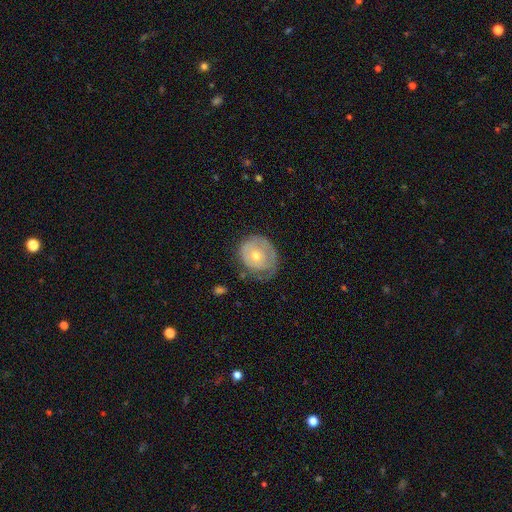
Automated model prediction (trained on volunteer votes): A featured or disk galaxy (57%) with no bar (84%), spiral arms (60%) and a moderate central bulge (55%). Merging: none (54%).